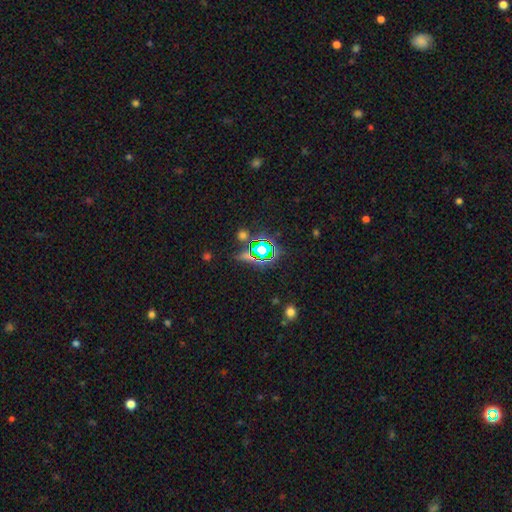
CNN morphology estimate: smooth_or_featured: star or artifact (p=0.68) [alt: smooth p=0.21]